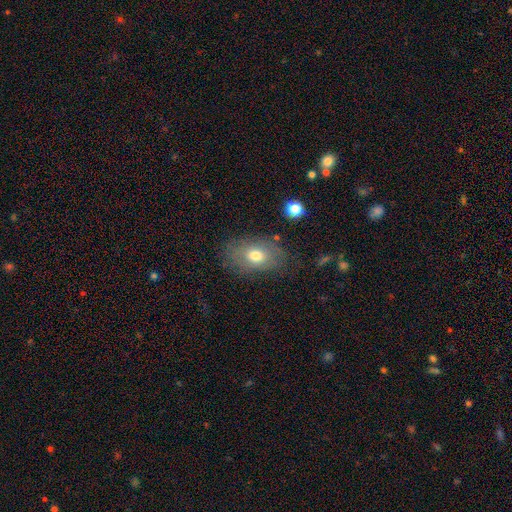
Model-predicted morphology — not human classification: Smooth or featured? smooth (69%)
How rounded? in between (84%)
Merging? none (73%)